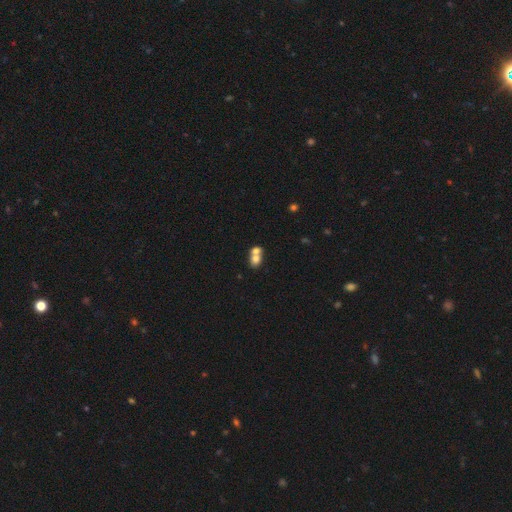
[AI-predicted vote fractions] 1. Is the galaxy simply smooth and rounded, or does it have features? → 72% smooth, 18% featured or disk, 10% star or artifact.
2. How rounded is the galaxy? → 52% in between, 46% round, 1% cigar-shaped.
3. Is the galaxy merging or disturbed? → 69% merger, 23% none, 5% minor disturbance, 3% major disturbance.